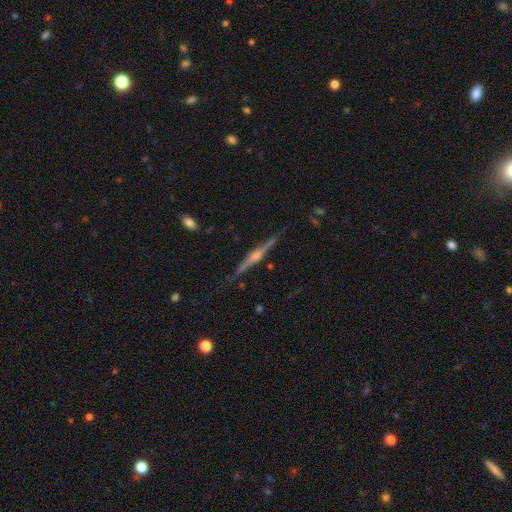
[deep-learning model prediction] Smooth or featured?
  - featured or disk: 86% *
  - smooth: 9%
  - star or artifact: 6%
Edge-on disk?
  - yes: 98% *
  - no: 2%
Edge-on bulge?
  - rounded: 88% *
  - boxy: 7%
  - none: 5%
Merging?
  - none: 87% *
  - minor disturbance: 10%
  - major disturbance: 2%
  - merger: 1%